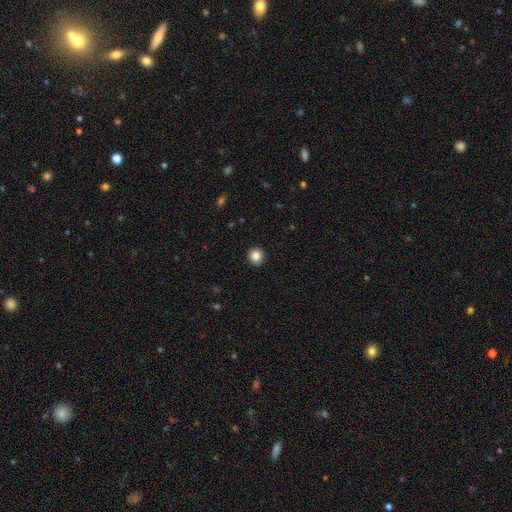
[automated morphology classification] This appears to be a smooth galaxy with no disk features (85%) that is round (90%). Merging: none (92%).